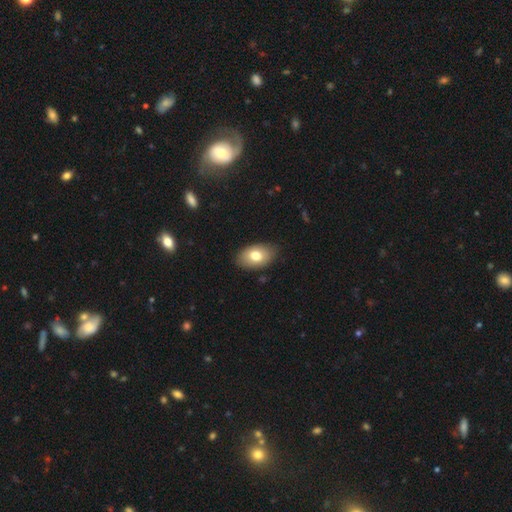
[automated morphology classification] A smooth galaxy with no disk features (76%) that is in between round and cigar-shaped (92%).

Vote fractions:
- Smooth or featured? smooth: 76% / featured or disk: 17% / star or artifact: 7%
- How rounded? in between: 92% / round: 7% / cigar-shaped: 1%
- Merging? none: 85% / minor disturbance: 11% / major disturbance: 2% / merger: 1%